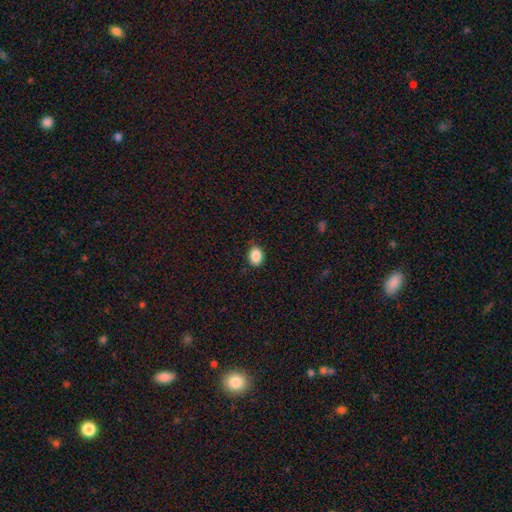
A smooth galaxy with no disk features (92%) that is in between round and cigar-shaped (70%). Merging: none (82%).